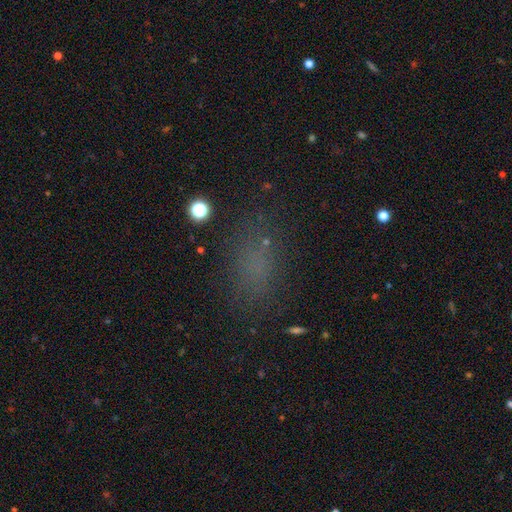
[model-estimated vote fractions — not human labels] The model was most divided on "smooth or featured": smooth: 66%, star or artifact: 25%, featured or disk: 9%. More confident: how rounded — in between (80%); merging — none (74%).